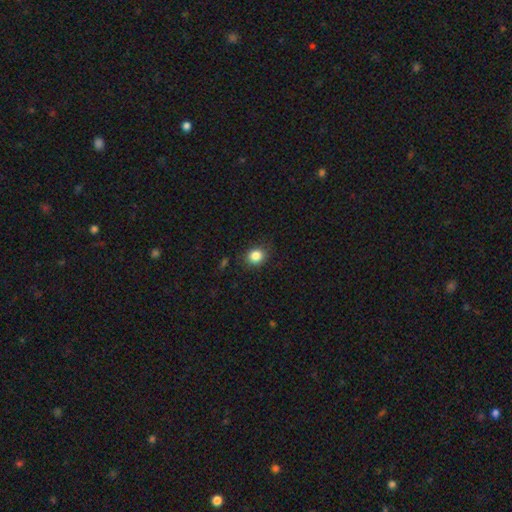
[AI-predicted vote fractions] Overall: smooth (85%). How rounded: round (67%; in between 32%). Merging: none (85%).